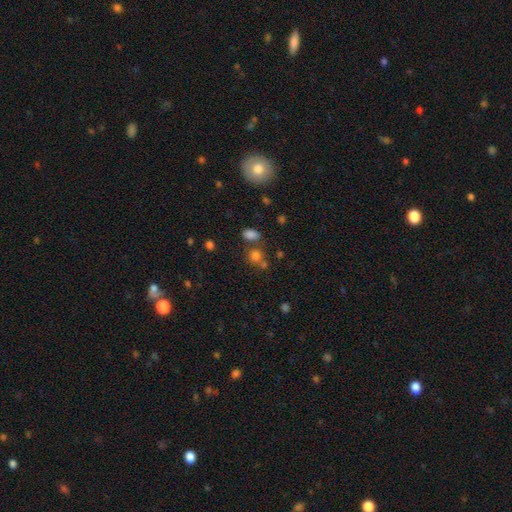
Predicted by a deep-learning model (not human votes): Q: Smooth or featured?
A: smooth (70%); runner-up: star or artifact (22%)
Q: How rounded?
A: round (62%); runner-up: in between (36%)
Q: Merging?
A: none (61%); runner-up: merger (23%)